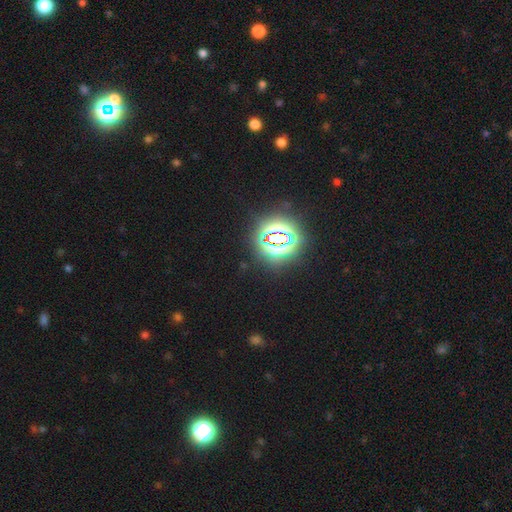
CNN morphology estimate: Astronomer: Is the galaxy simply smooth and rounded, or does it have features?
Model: star or artifact — 79%.